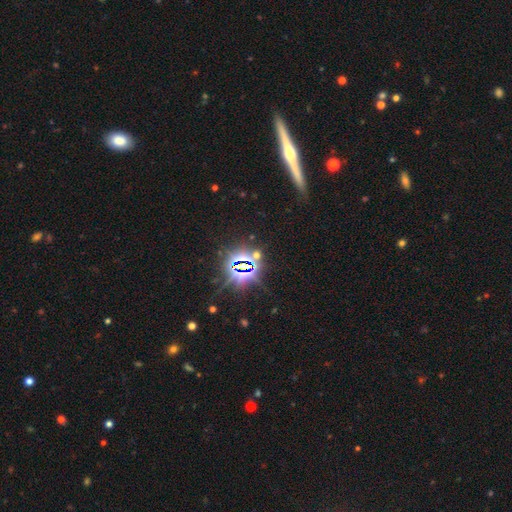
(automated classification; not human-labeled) A star or artifact, not a galaxy (81%).